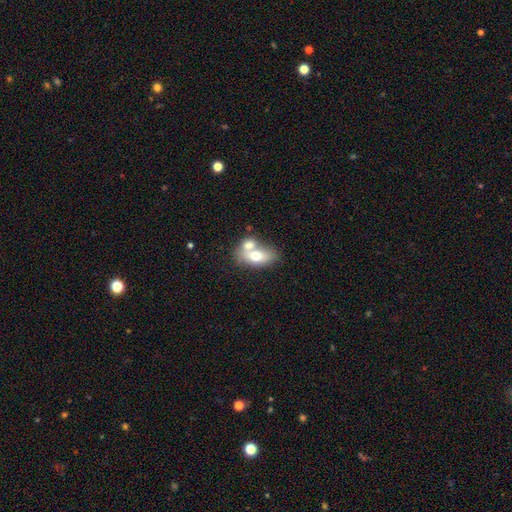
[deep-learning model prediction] A smooth galaxy with no disk features (64%) that is in between round and cigar-shaped (80%).

Vote fractions:
- Smooth or featured? smooth: 64% / featured or disk: 28% / star or artifact: 8%
- How rounded? in between: 80% / round: 18% / cigar-shaped: 3%
- Merging? merger: 57% / none: 29% / minor disturbance: 9% / major disturbance: 4%